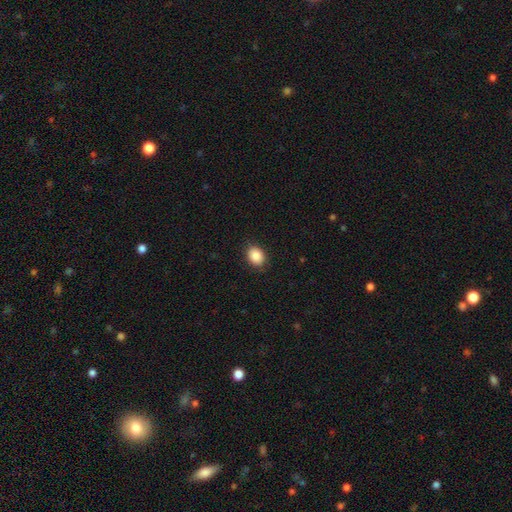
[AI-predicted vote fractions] Smooth or featured? Predicted: smooth (p=0.88). How rounded? Predicted: in between (p=0.54). Merging? Predicted: none (p=0.87).